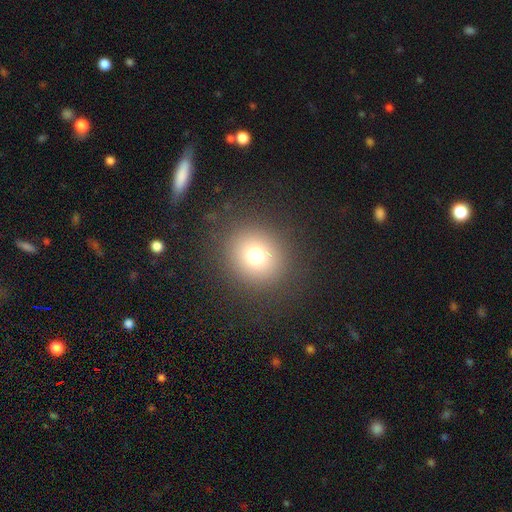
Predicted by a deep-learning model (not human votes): This appears to be a smooth galaxy with no disk features (74%) that is round (86%). Merging: none (88%).